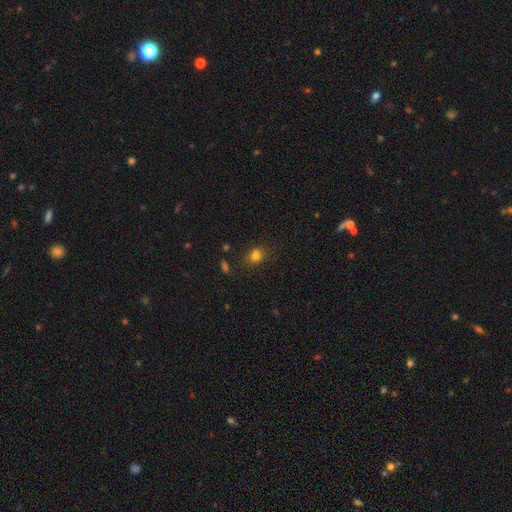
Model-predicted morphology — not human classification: Q: Smooth or featured?
A: smooth (76%); runner-up: star or artifact (16%)
Q: How rounded?
A: round (56%); runner-up: in between (42%)
Q: Merging?
A: none (72%); runner-up: minor disturbance (16%)